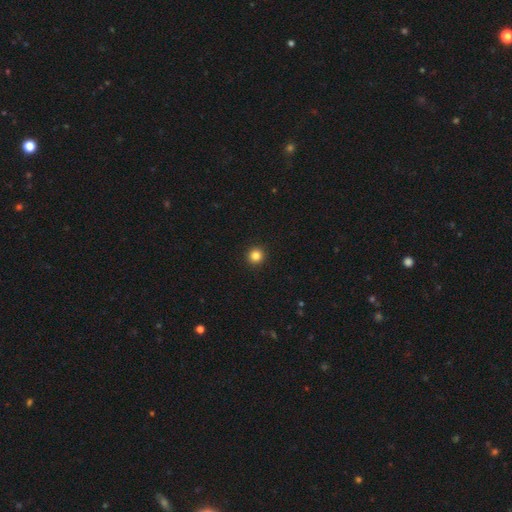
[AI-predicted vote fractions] The model was most divided on "smooth or featured": smooth: 84%, star or artifact: 12%, featured or disk: 4%. More confident: how rounded — round (95%); merging — none (94%).